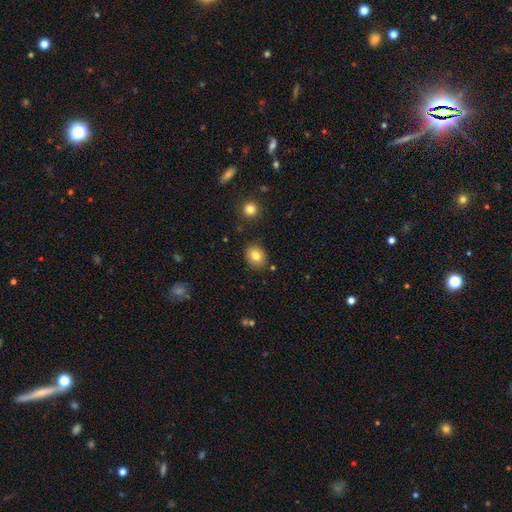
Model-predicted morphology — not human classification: Overall: smooth (79%). How rounded: round (52%; in between 47%). Merging: none (85%).